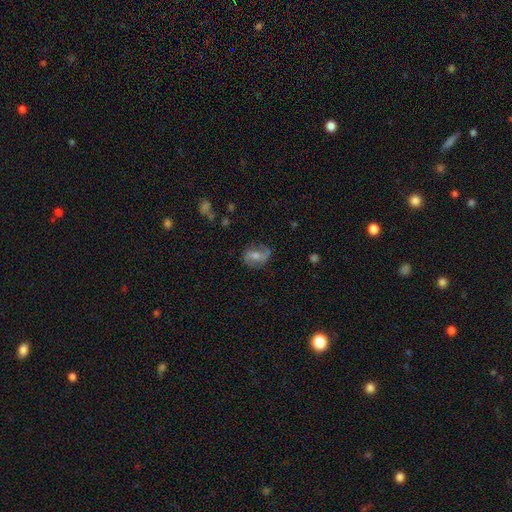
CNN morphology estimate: Smooth or featured?
  - featured or disk: 66% *
  - smooth: 24%
  - star or artifact: 10%
Edge-on disk?
  - no: 96% *
  - yes: 4%
Bar?
  - weak: 43% *
  - no: 36%
  - strong: 21%
Spiral arms?
  - yes: 87% *
  - no: 13%
Spiral winding?
  - medium: 44% *
  - loose: 37%
  - tight: 19%
Spiral arm count?
  - 2: 83% *
  - can't tell: 8%
  - 1: 5%
  - 3: 2%
  - 4: 1%
  - more than 4: 1%
Bulge size?
  - moderate: 57% *
  - small: 30%
  - large: 7%
  - none: 5%
  - dominant: 1%
Merging?
  - none: 72% *
  - minor disturbance: 18%
  - major disturbance: 8%
  - merger: 2%